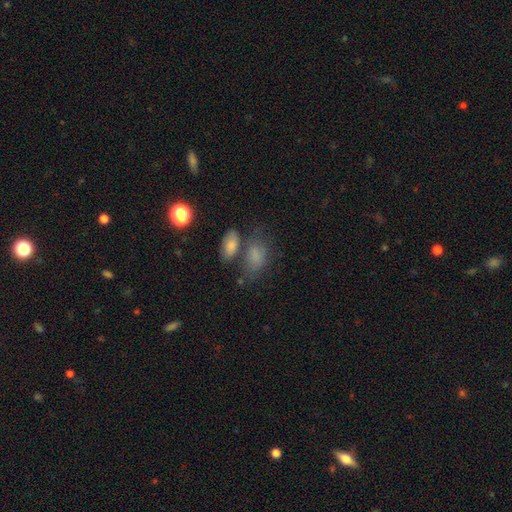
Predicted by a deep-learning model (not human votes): Smooth or featured: smooth — 74% (star or artifact — 13%)
How rounded: in between — 84% (round — 13%)
Merging: none — 44% (merger — 24%)